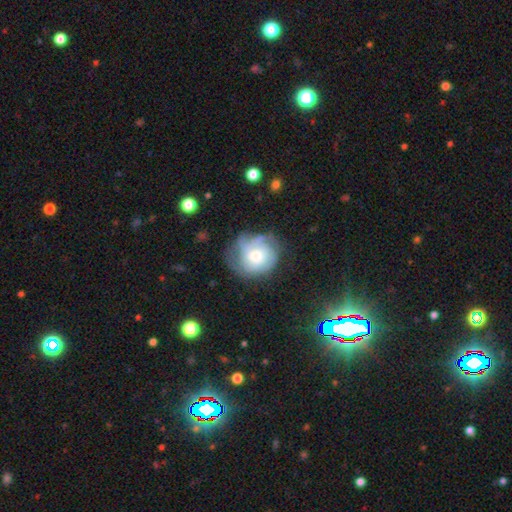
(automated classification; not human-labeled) featured or disk 63%, smooth 28%, star or artifact 9%. Down the decision tree: edge-on disk — no (97%); bar — no (77%); spiral arms — yes (85%); spiral arm count — can't tell (44%); spiral winding — tight (60%); bulge size — moderate (57%); merging — none (58%).